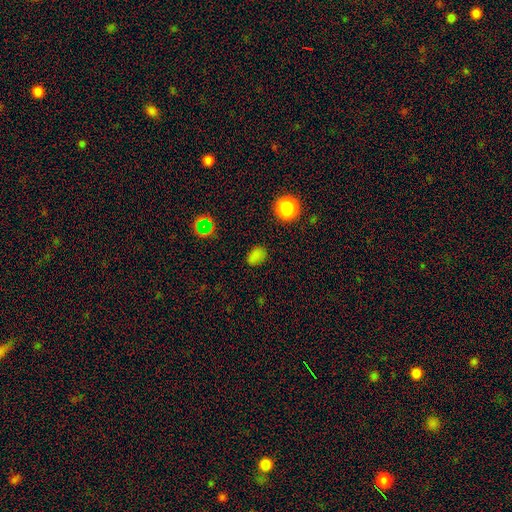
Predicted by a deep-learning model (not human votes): This is likely a smooth galaxy (74%). How rounded: likely in between (73%). Merging: clearly none (82%).